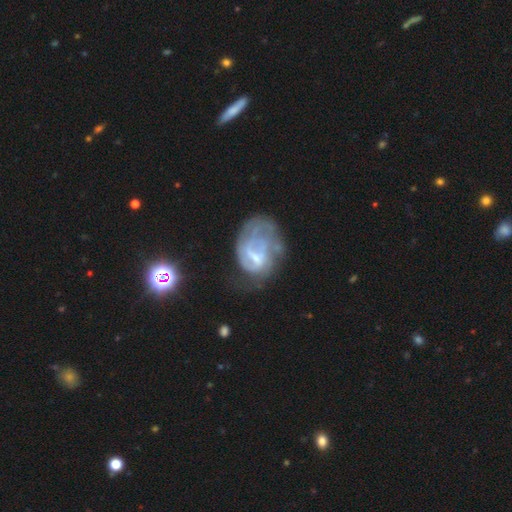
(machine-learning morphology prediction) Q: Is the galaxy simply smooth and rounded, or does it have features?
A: featured or disk — 66%.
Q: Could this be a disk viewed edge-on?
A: no — 98%.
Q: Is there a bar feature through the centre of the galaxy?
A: weak — 47%.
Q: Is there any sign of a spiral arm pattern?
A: yes — 59%.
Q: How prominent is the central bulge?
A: small — 45%.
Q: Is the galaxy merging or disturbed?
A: major disturbance — 42%.